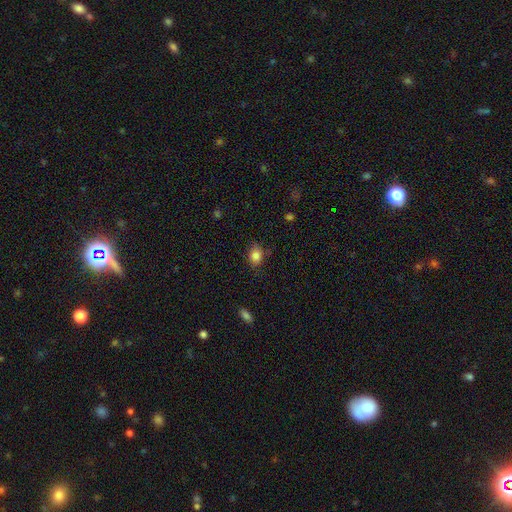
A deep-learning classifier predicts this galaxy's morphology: Smooth or featured? Predicted: smooth (p=0.84). How rounded? Predicted: in between (p=0.58). Merging? Predicted: none (p=0.76).